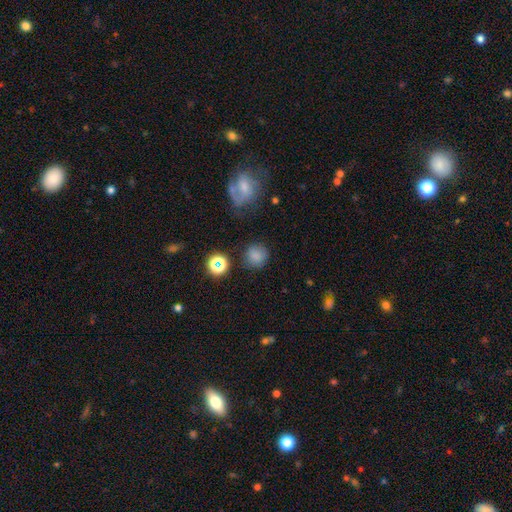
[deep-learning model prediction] Smooth or featured? smooth (78%)
How rounded? round (89%)
Merging? none (78%)